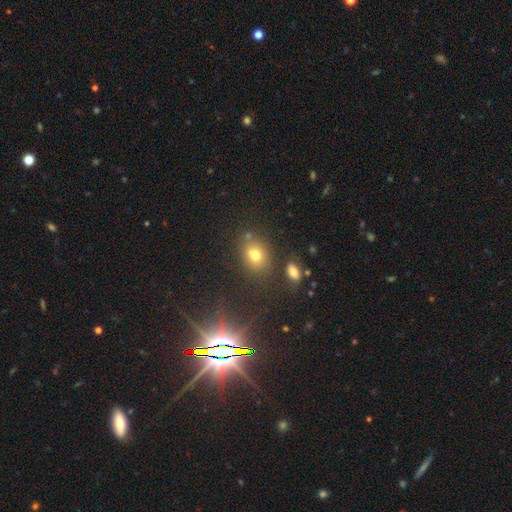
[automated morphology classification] type=smooth (66%); roundness=in between (50%); merging=none (72%).